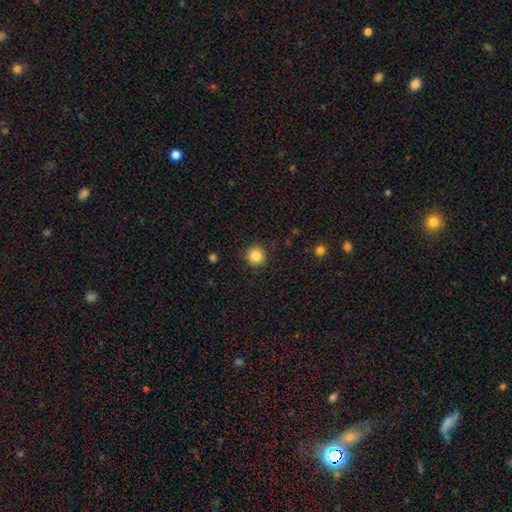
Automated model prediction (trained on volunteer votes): Smooth or featured? Predicted: smooth (p=0.86). How rounded? Predicted: round (p=0.93). Merging? Predicted: none (p=0.90).